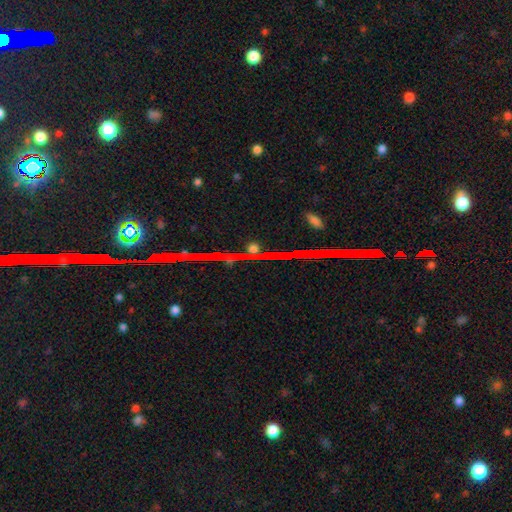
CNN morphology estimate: A star or artifact, not a galaxy (78%).

Vote fractions:
- Smooth or featured? star or artifact: 78% / featured or disk: 13% / smooth: 9%